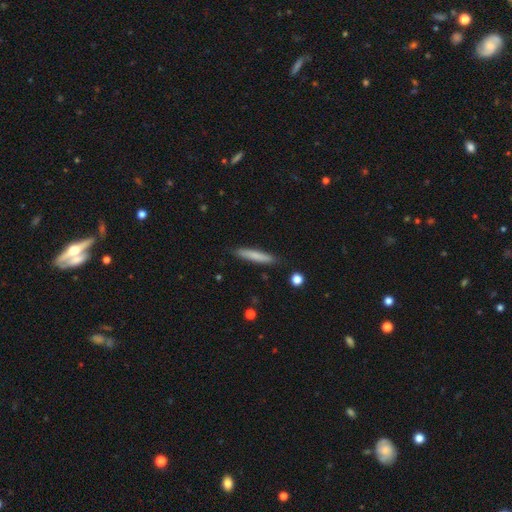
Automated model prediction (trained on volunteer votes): smooth 77%, featured or disk 17%, star or artifact 6%. Down the decision tree: how rounded — cigar-shaped (92%); merging — none (87%).